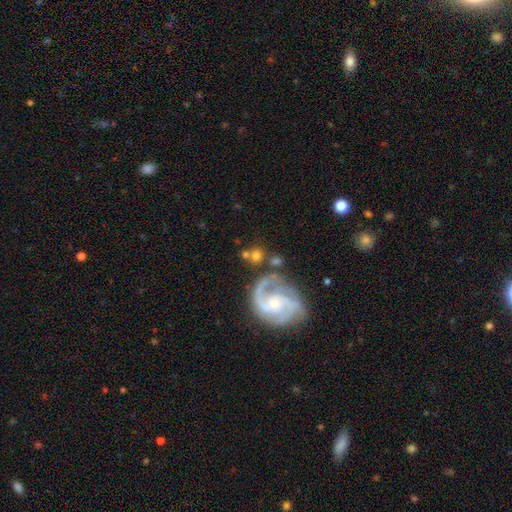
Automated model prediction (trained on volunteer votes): The model was most divided on "smooth or featured": featured or disk: 54%, smooth: 38%, star or artifact: 8%. More confident: edge-on disk — no (96%); spiral arms — yes (89%); merging — none (65%); bulge size — small (63%); bar — no (56%).